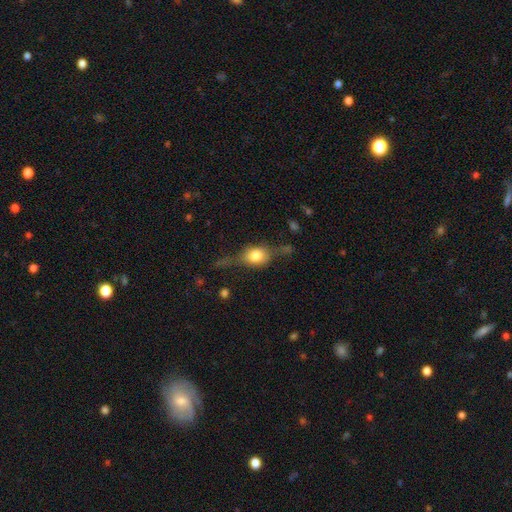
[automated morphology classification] This is possibly a smooth galaxy (48%). Merging: possibly none (52%).